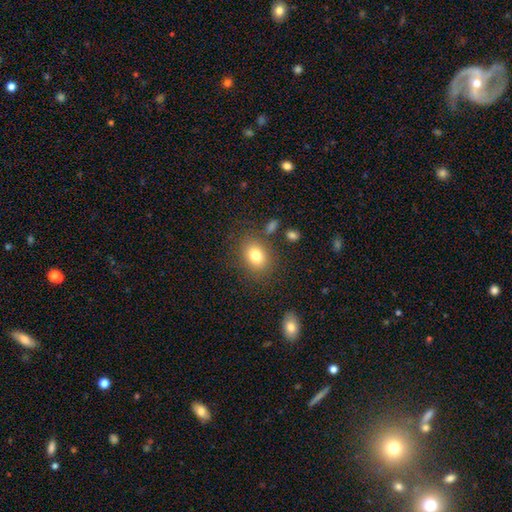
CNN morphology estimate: Smooth or featured? smooth (80%)
How rounded? in between (60%)
Merging? none (80%)